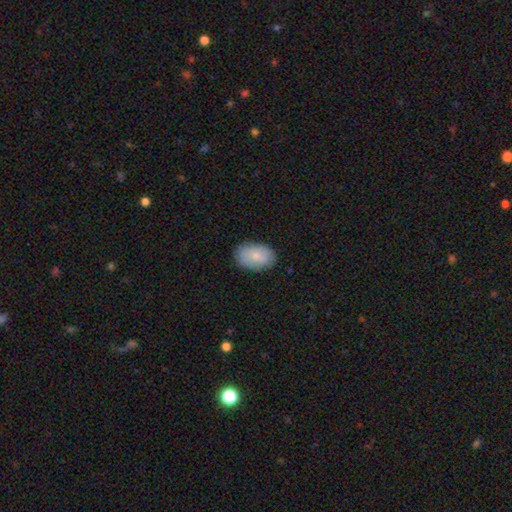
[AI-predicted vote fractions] smooth_or_featured: smooth (p=0.80) [alt: featured or disk p=0.13]
how_rounded: in between (p=0.90) [alt: round p=0.09]
merging: none (p=0.85) [alt: minor disturbance p=0.12]